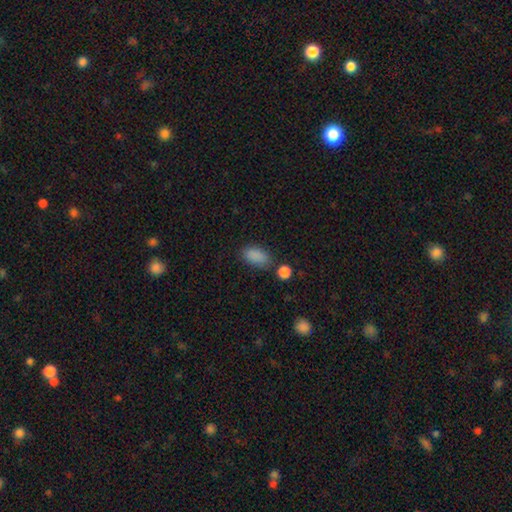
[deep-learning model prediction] smooth-or-featured: smooth: 87% | star or artifact: 9% | featured or disk: 4%
  how-rounded: in between: 90% | round: 6% | cigar-shaped: 4%
  merging: none: 73% | minor disturbance: 16% | merger: 6% | major disturbance: 5%